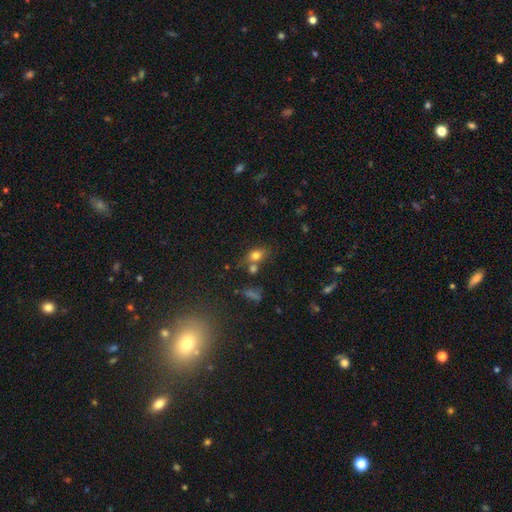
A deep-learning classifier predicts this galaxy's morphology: A smooth galaxy with no disk features (76%) that is in between round and cigar-shaped (67%). Merging: none (53%).